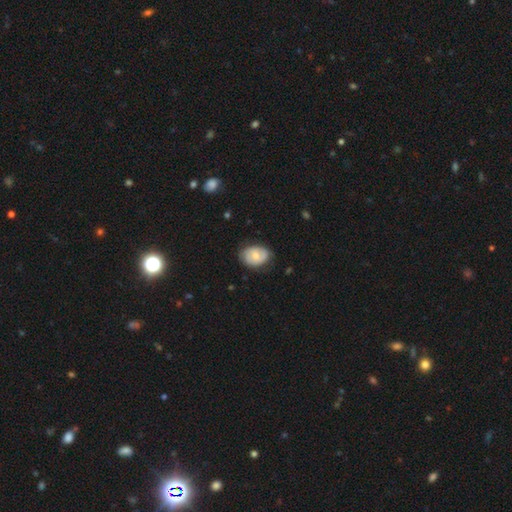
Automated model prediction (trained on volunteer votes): A smooth galaxy with no disk features (54%) that is in between round and cigar-shaped (73%).

Vote fractions:
- Smooth or featured? smooth: 54% / featured or disk: 40% / star or artifact: 6%
- How rounded? in between: 73% / round: 26% / cigar-shaped: 1%
- Merging? none: 71% / minor disturbance: 22% / major disturbance: 5% / merger: 1%